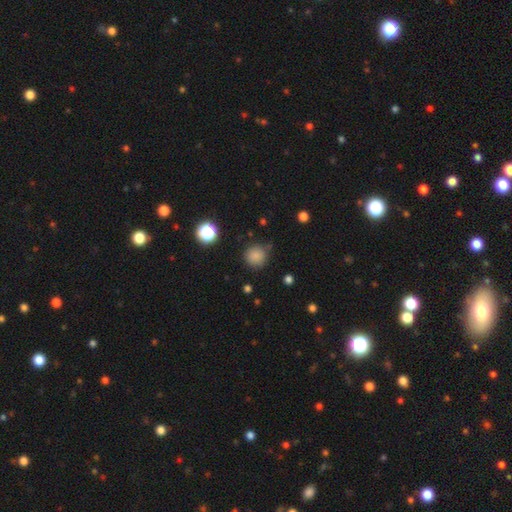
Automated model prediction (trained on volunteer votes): smooth-or-featured: smooth: 82% | star or artifact: 13% | featured or disk: 5%
  how-rounded: round: 93% | in between: 6% | cigar-shaped: 1%
  merging: none: 77% | minor disturbance: 15% | major disturbance: 4% | merger: 3%